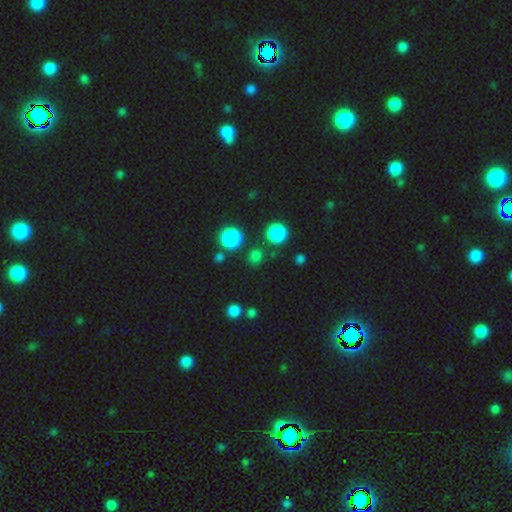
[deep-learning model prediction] This appears to be a smooth galaxy with no disk features (74%) that is round (85%). Merging: none (80%).